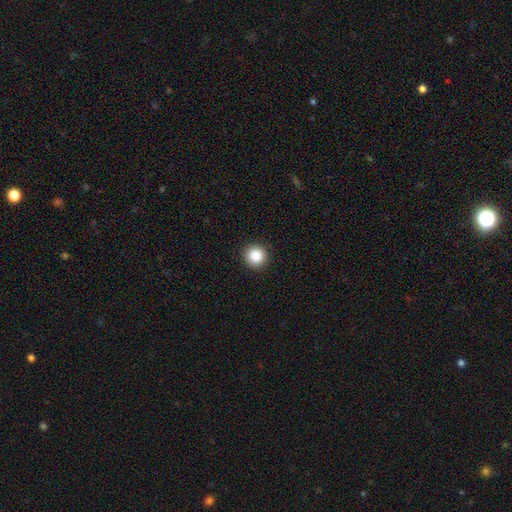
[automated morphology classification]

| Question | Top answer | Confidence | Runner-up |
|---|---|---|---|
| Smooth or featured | smooth | 87% | star or artifact (10%) |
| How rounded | round | 95% | in between (4%) |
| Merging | none | 92% | minor disturbance (5%) |